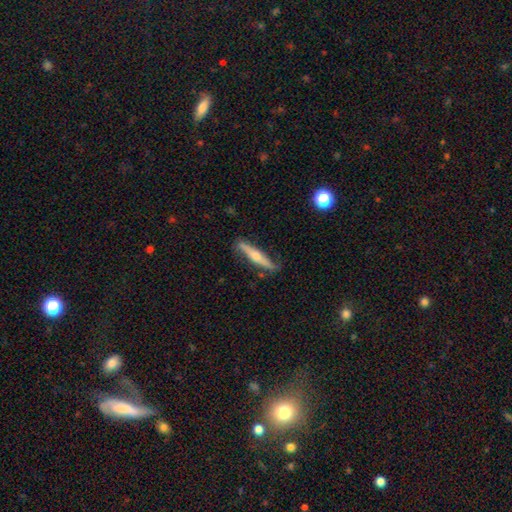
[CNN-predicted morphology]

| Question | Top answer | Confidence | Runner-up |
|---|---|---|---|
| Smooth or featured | featured or disk | 55% | smooth (39%) |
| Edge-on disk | yes | 88% | no (12%) |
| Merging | none | 75% | minor disturbance (19%) |